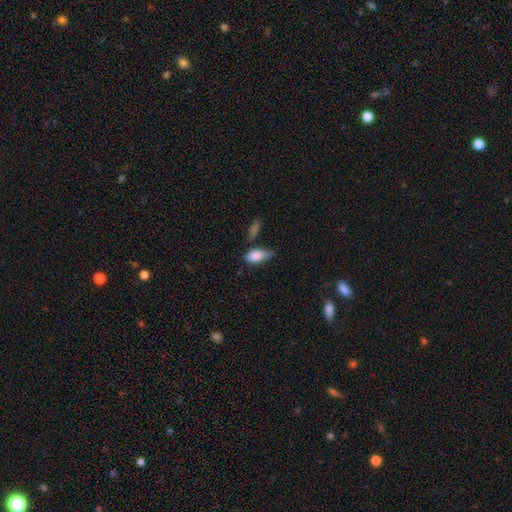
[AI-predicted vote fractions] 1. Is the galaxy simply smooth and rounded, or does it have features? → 85% smooth, 7% featured or disk, 7% star or artifact.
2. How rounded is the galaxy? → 89% in between, 6% cigar-shaped, 5% round.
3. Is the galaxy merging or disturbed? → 40% minor disturbance, 36% none, 14% major disturbance, 10% merger.